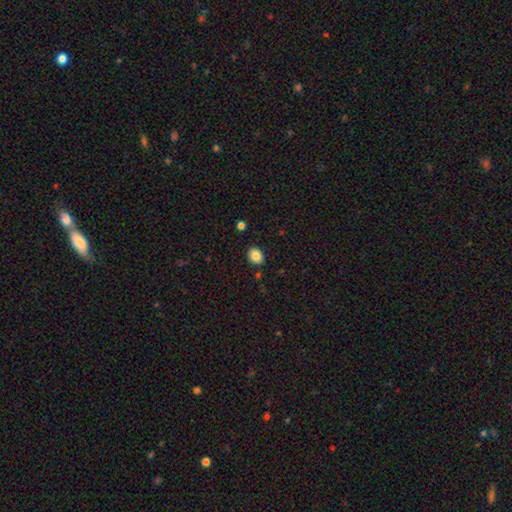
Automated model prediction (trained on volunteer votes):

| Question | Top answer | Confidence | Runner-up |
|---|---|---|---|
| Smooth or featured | smooth | 85% | star or artifact (9%) |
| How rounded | in between | 61% | round (38%) |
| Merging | none | 87% | minor disturbance (9%) |